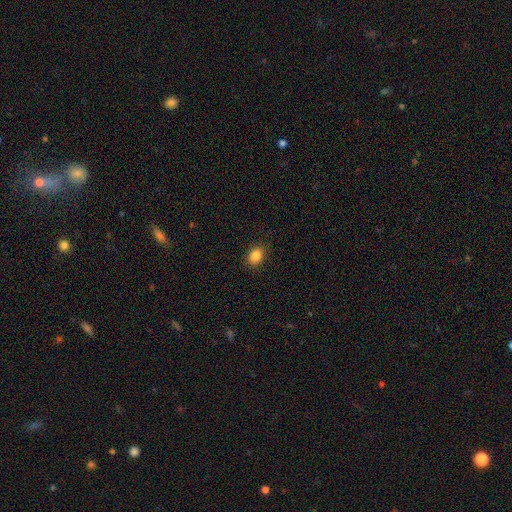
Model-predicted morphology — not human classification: Smooth or featured: smooth — 85% (star or artifact — 10%)
How rounded: in between — 54% (round — 45%)
Merging: none — 89% (minor disturbance — 8%)